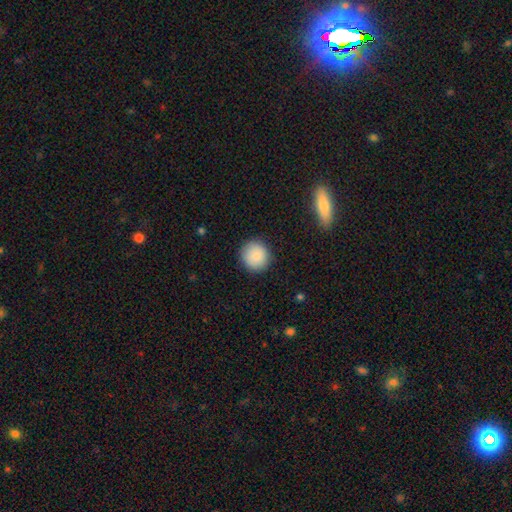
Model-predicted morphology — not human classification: type=smooth (88%); roundness=round (94%); merging=none (90%).